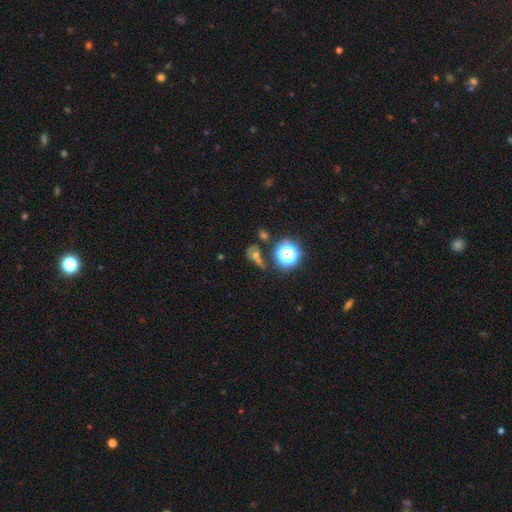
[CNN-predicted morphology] smooth_or_featured: star or artifact (p=0.41) [alt: smooth p=0.40]